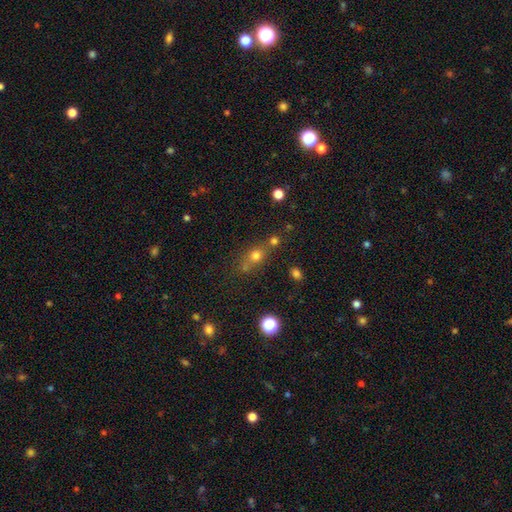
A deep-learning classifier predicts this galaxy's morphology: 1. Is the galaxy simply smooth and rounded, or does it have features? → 66% smooth, 20% star or artifact, 14% featured or disk.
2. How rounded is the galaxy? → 63% round, 32% in between, 6% cigar-shaped.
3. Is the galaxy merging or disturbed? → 56% none, 25% merger, 13% minor disturbance, 6% major disturbance.